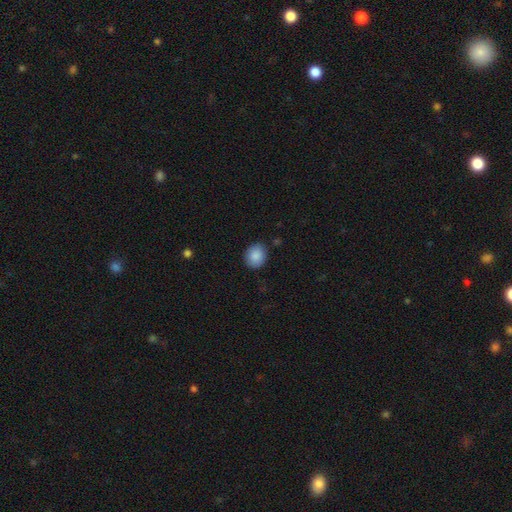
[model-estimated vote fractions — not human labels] The model was most divided on "how rounded": round: 64%, in between: 35%, cigar-shaped: 1%. More confident: smooth or featured — smooth (88%); merging — none (86%).